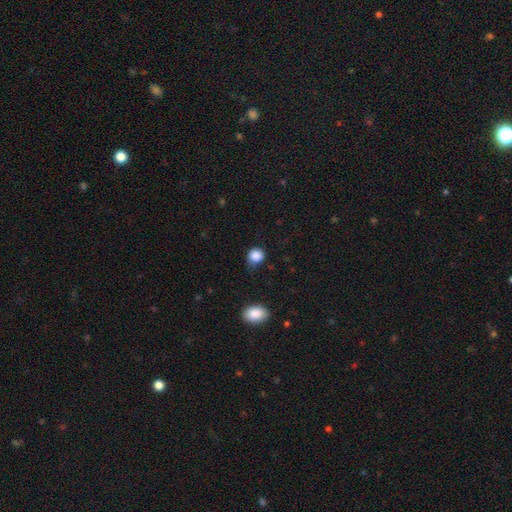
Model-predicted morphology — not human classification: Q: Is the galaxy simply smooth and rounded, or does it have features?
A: smooth — 88%.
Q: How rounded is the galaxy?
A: round — 82%.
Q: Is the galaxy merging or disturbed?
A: none — 68%.